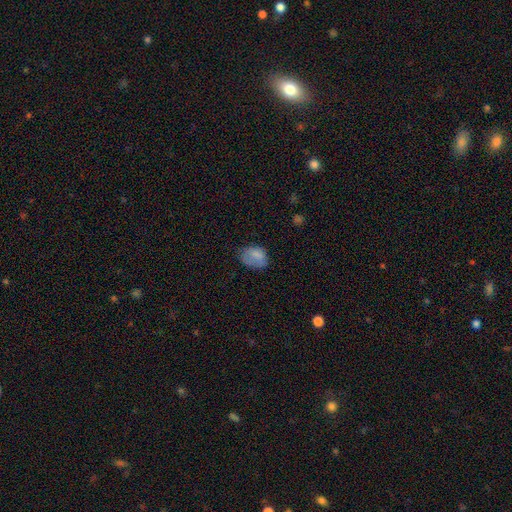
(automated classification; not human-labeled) Smooth or featured? smooth (79%)
How rounded? in between (76%)
Merging? none (51%)